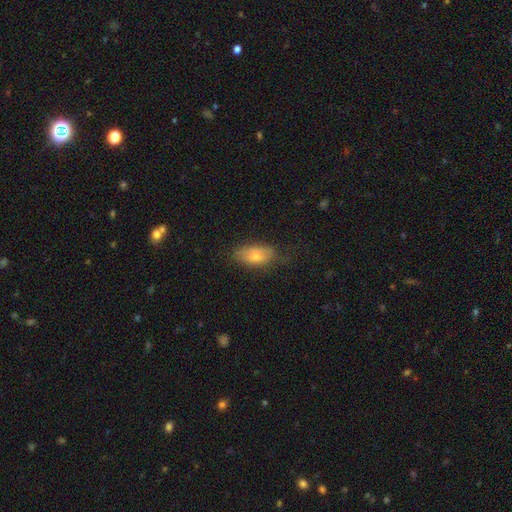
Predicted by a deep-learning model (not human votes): Smooth or featured? Predicted: smooth (p=0.70). How rounded? Predicted: in between (p=0.87). Merging? Predicted: none (p=0.63).